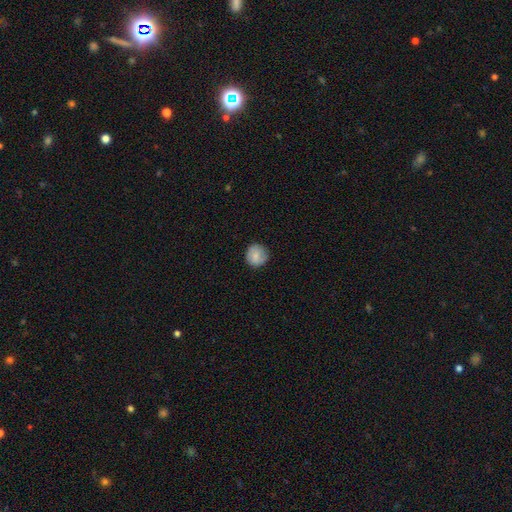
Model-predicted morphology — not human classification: A smooth galaxy with no disk features (81%) that is round (93%). Merging: none (86%).